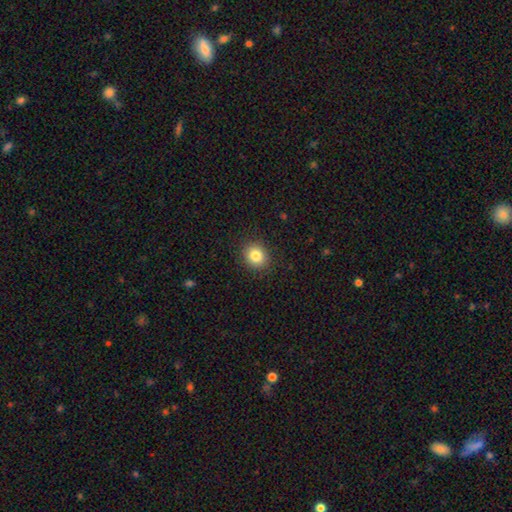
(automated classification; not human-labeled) Overall: smooth (84%). How rounded: round (79%). Merging: none (90%).